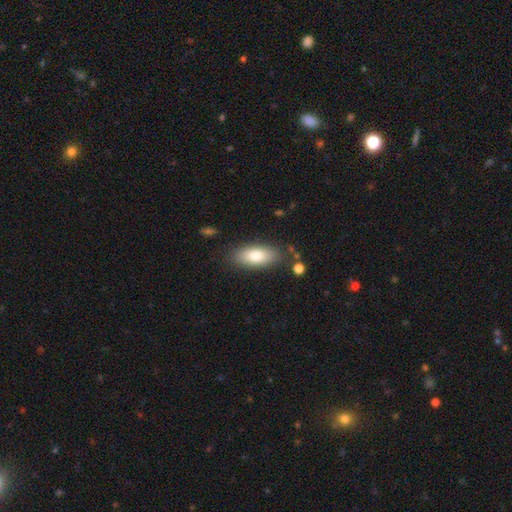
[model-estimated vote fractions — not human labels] smooth 80%, featured or disk 14%, star or artifact 7%. Down the decision tree: how rounded — in between (85%); merging — none (82%).